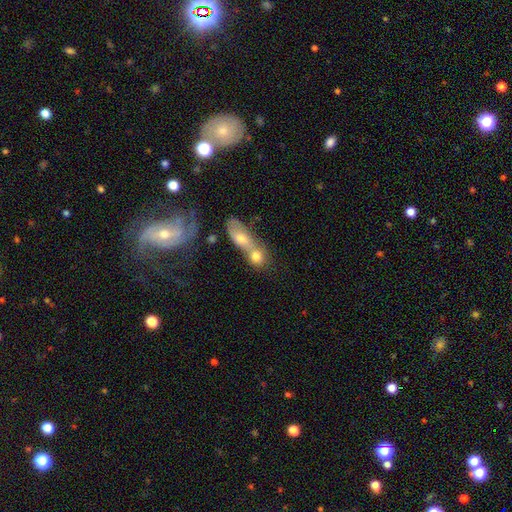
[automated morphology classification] The model was most divided on "how rounded": round: 51%, in between: 39%, cigar-shaped: 11%. More confident: merging — merger (67%); smooth or featured — smooth (63%).